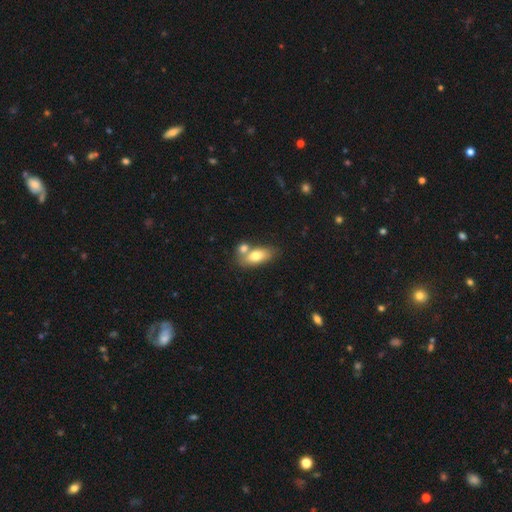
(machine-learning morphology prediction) Smooth or featured? smooth (73%)
How rounded? in between (83%)
Merging? none (44%)